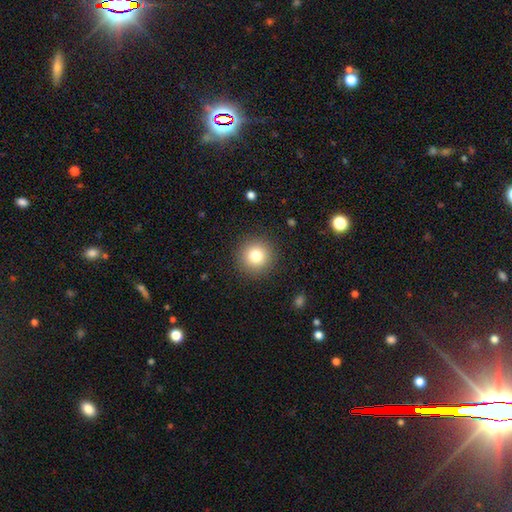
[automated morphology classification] This appears to be a smooth galaxy with no disk features (80%) that is round (95%). Merging: none (91%).